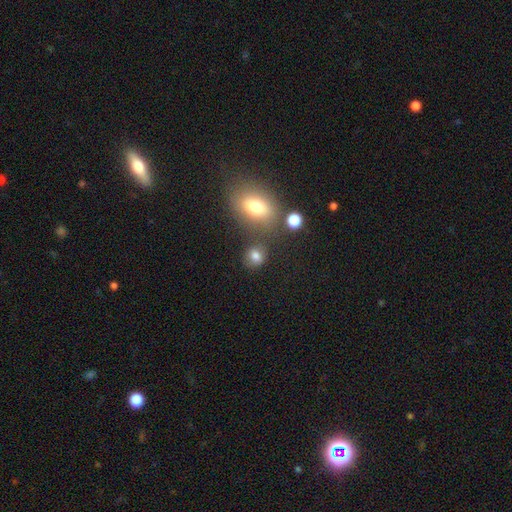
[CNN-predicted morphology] A smooth galaxy with no disk features (79%) that is round (69%). Merging: none (71%).